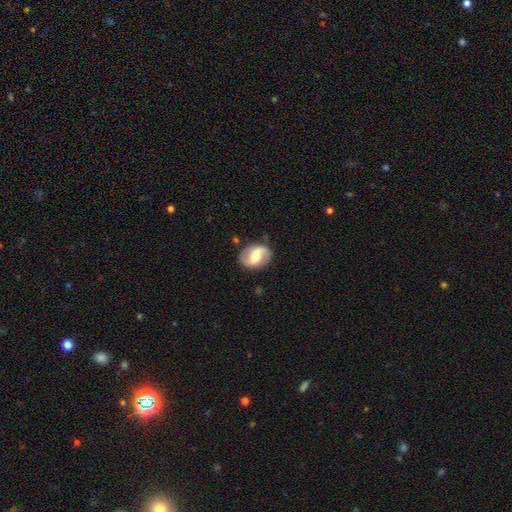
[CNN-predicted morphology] featured or disk 71%, smooth 23%, star or artifact 6%. Down the decision tree: edge-on disk — no (97%); bar — weak (43%); spiral arms — yes (88%); spiral arm count — 2 (90%); spiral winding — loose (46%); bulge size — moderate (51%); merging — none (80%).